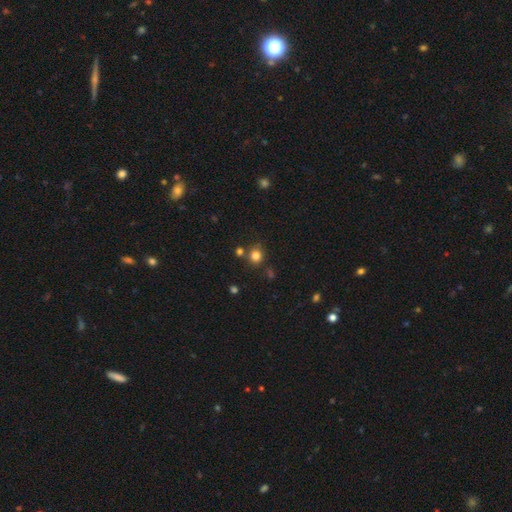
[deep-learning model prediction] The model was most divided on "merging": none: 76%, merger: 11%, minor disturbance: 10%, major disturbance: 3%. More confident: how rounded — round (85%); smooth or featured — smooth (80%).